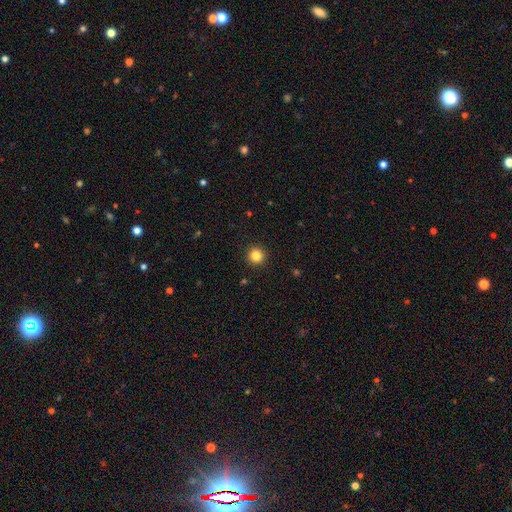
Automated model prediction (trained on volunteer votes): Q: Smooth or featured?
A: smooth (84%); runner-up: star or artifact (12%)
Q: How rounded?
A: round (96%); runner-up: in between (3%)
Q: Merging?
A: none (93%); runner-up: minor disturbance (4%)